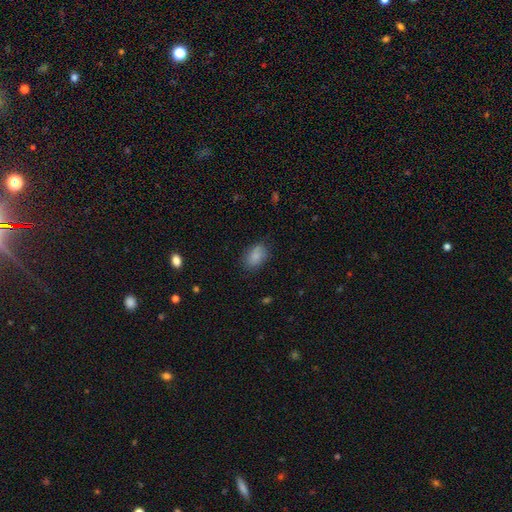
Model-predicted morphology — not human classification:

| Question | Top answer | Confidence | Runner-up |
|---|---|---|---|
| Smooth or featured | smooth | 84% | featured or disk (8%) |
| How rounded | in between | 85% | round (13%) |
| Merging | none | 77% | minor disturbance (18%) |